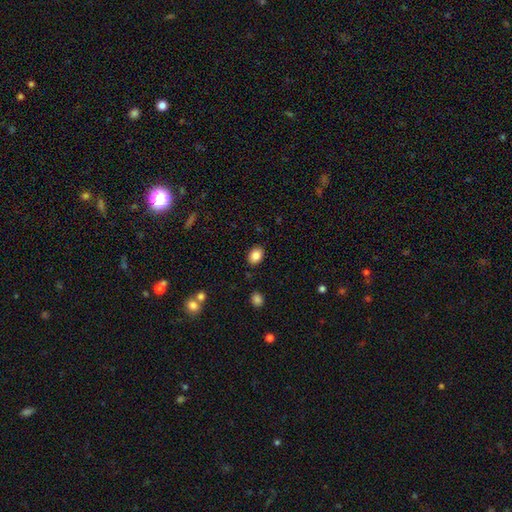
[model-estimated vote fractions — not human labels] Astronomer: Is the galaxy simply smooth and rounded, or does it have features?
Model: smooth — 86%.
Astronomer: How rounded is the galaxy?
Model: in between — 69%.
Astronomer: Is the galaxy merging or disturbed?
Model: none — 86%.